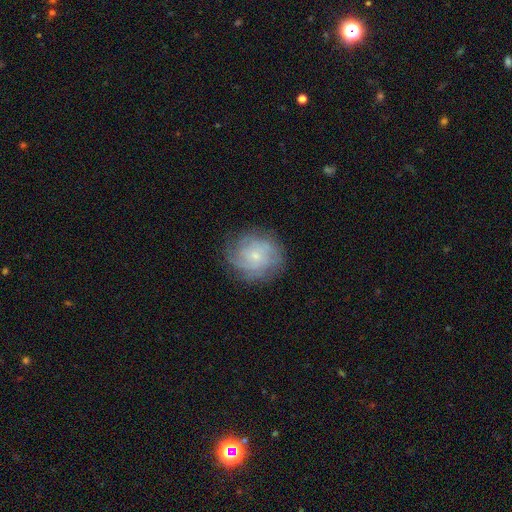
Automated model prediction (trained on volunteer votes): smooth-or-featured: featured or disk: 63% | smooth: 28% | star or artifact: 9%
  disk-edge-on: no: 97% | yes: 3%
    bar: no: 79% | weak: 19% | strong: 2%
    has-spiral-arms: yes: 86% | no: 14%
      spiral-winding: tight: 64% | medium: 27% | loose: 9%
      spiral-arm-count: can't tell: 49% | 4: 14% | 3: 13% | 2: 11% | more than 4: 7% | 1: 6%
    bulge-size: small: 75% | moderate: 19% | none: 4% | large: 1% | dominant: 1%
  merging: none: 77% | minor disturbance: 16% | major disturbance: 7% | merger: 1%